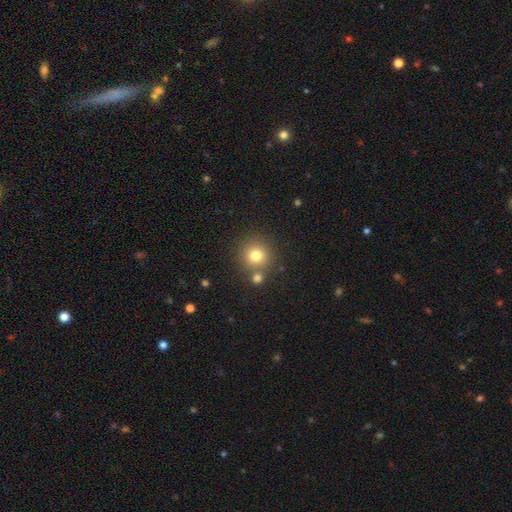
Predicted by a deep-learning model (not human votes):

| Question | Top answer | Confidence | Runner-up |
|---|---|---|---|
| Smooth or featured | smooth | 78% | star or artifact (13%) |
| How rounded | round | 93% | in between (6%) |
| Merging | none | 74% | merger (15%) |